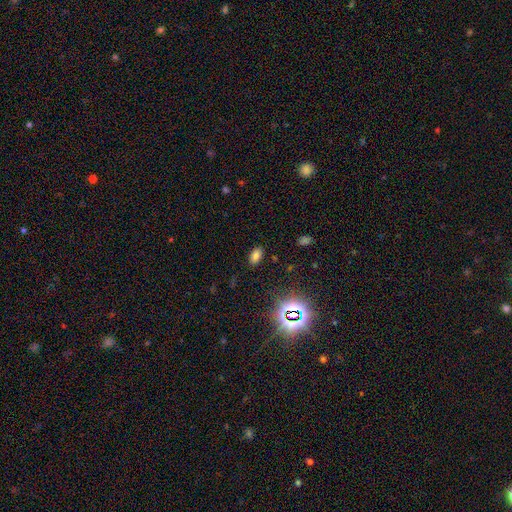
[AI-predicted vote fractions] The model was most divided on "smooth or featured": smooth: 73%, star or artifact: 20%, featured or disk: 7%. More confident: how rounded — in between (91%); merging — none (87%).